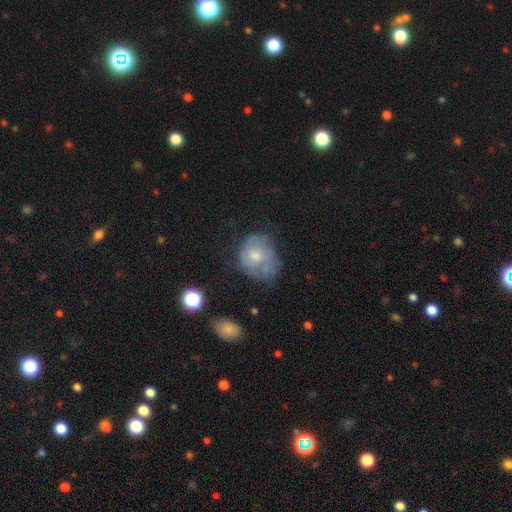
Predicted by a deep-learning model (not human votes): smooth-or-featured: smooth: 49% | featured or disk: 42% | star or artifact: 9%
  merging: none: 41% | minor disturbance: 29% | major disturbance: 22% | merger: 8%